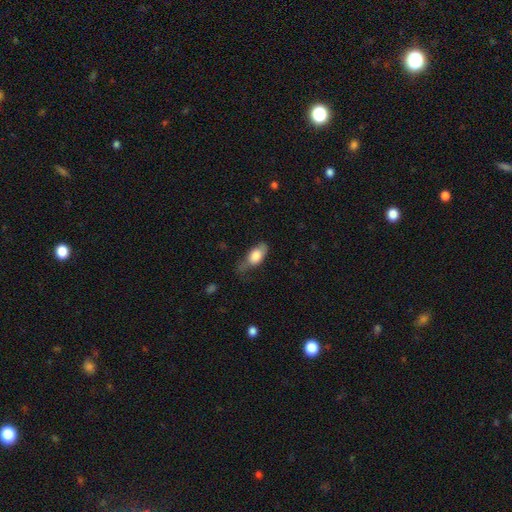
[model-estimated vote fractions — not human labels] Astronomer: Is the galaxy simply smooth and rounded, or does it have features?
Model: smooth — 78%.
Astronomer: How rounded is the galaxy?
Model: in between — 87%.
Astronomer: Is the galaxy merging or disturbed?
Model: none — 40% (runner-up: minor disturbance, 36%).